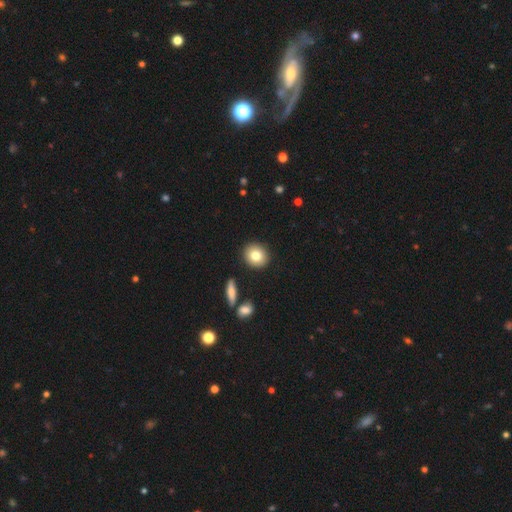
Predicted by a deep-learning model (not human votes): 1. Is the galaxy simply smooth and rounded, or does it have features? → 80% smooth, 12% featured or disk, 8% star or artifact.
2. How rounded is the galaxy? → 80% round, 18% in between, 1% cigar-shaped.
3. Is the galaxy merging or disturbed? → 89% none, 6% minor disturbance, 2% merger, 2% major disturbance.